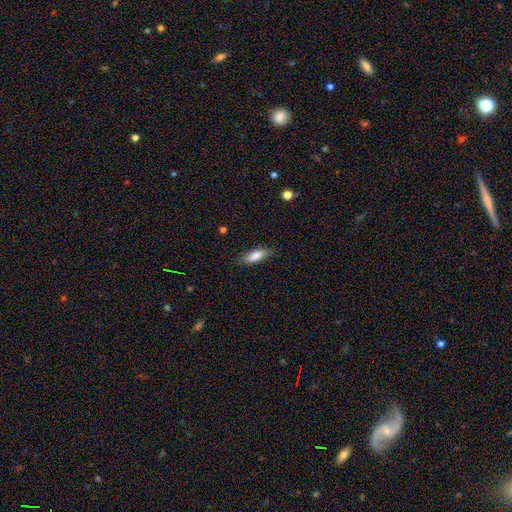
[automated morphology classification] A smooth galaxy with no disk features (81%) that is in between round and cigar-shaped (59%).

Vote fractions:
- Smooth or featured? smooth: 81% / featured or disk: 12% / star or artifact: 6%
- How rounded? in between: 59% / cigar-shaped: 39% / round: 2%
- Merging? none: 83% / minor disturbance: 13% / major disturbance: 3% / merger: 1%